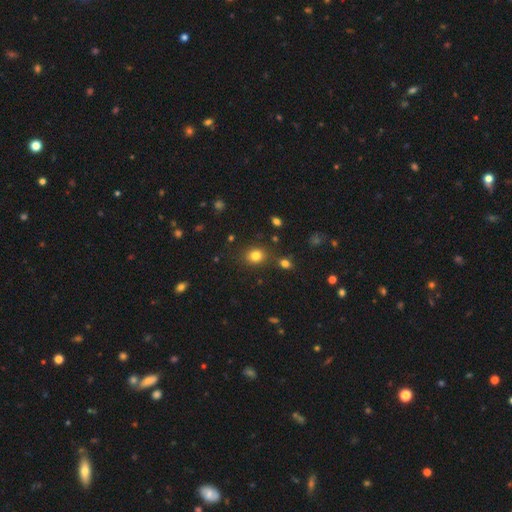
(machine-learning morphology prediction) Smooth or featured? smooth (80%)
How rounded? round (66%)
Merging? none (82%)